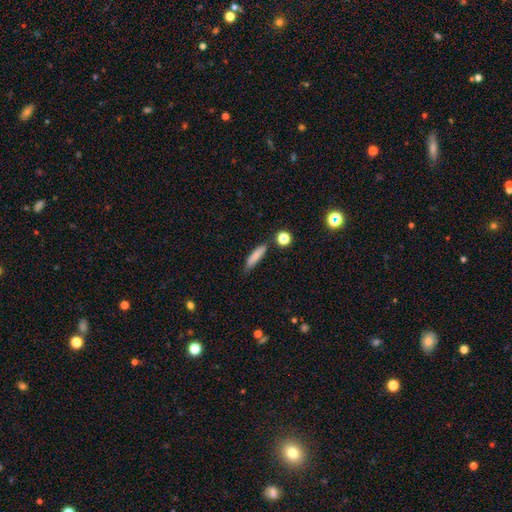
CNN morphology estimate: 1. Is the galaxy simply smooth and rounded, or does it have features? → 81% smooth, 10% featured or disk, 8% star or artifact.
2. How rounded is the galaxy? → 79% cigar-shaped, 19% in between, 3% round.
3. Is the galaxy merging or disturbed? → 76% none, 16% minor disturbance, 5% merger, 4% major disturbance.